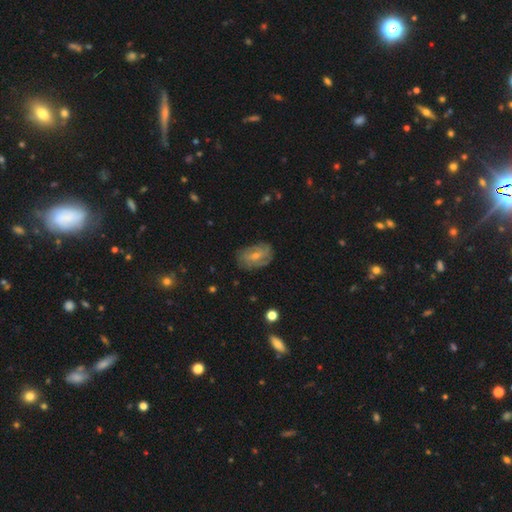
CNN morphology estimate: type=featured or disk (66%); edge-on=no (96%); bar=weak (48%); spiral arms=yes (83%); winding=tight (56%); arm count=can't tell (42%); bulge=small (53%); merging=none (73%).